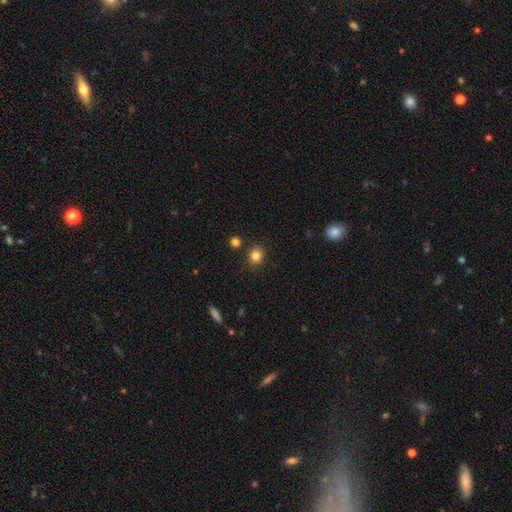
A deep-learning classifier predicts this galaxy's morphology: This is clearly a smooth galaxy (83%). How rounded: likely round (78%). Merging: clearly none (86%).